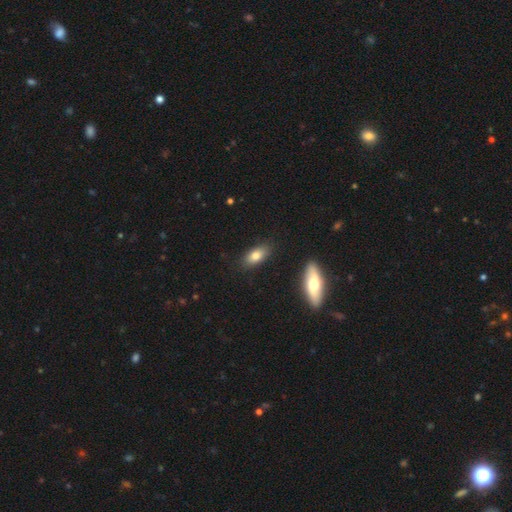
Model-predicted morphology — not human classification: Smooth or featured? smooth (79%)
How rounded? in between (85%)
Merging? none (84%)